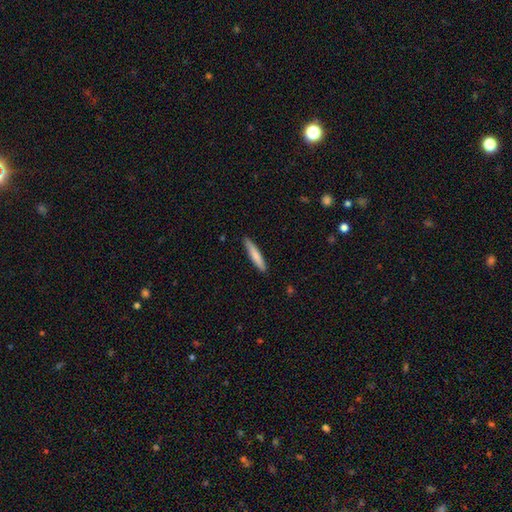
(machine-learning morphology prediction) A smooth galaxy with no disk features (78%) that is cigar-shaped (92%).

Vote fractions:
- Smooth or featured? smooth: 78% / featured or disk: 17% / star or artifact: 5%
- How rounded? cigar-shaped: 92% / in between: 7% / round: 1%
- Merging? none: 88% / minor disturbance: 10% / major disturbance: 2% / merger: 1%